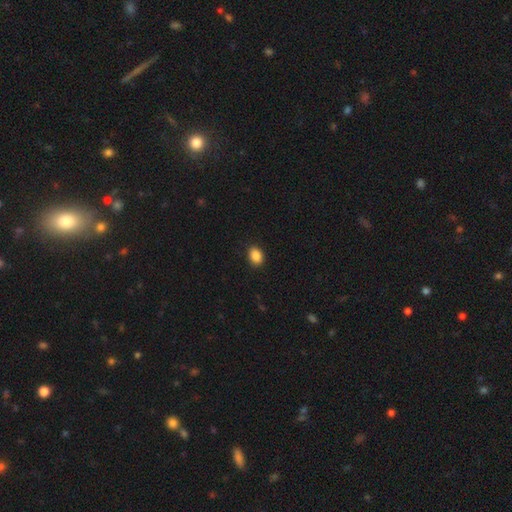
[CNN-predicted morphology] smooth-or-featured: smooth: 88% | star or artifact: 9% | featured or disk: 3%
  how-rounded: in between: 68% | round: 31% | cigar-shaped: 1%
  merging: none: 89% | minor disturbance: 8% | major disturbance: 2% | merger: 1%